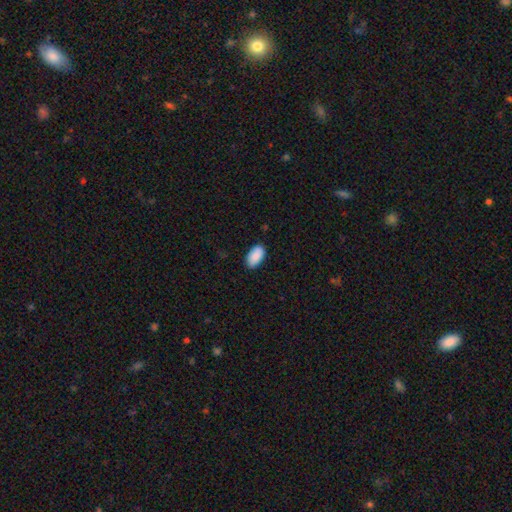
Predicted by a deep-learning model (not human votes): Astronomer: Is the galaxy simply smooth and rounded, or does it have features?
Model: smooth — 89%.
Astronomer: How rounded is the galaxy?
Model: in between — 95%.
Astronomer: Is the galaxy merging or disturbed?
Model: none — 86%.